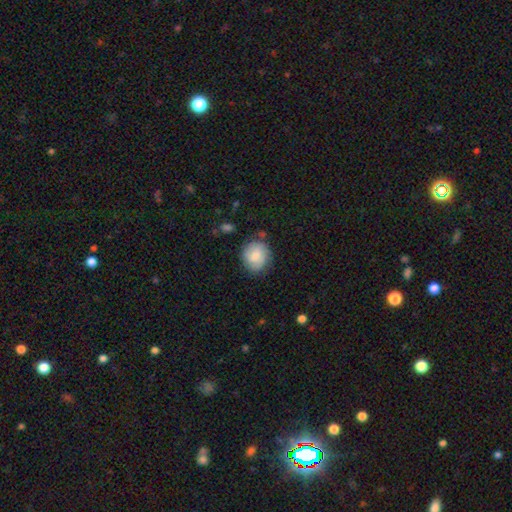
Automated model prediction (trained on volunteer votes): smooth 76%, featured or disk 17%, star or artifact 7%. Down the decision tree: how rounded — round (75%); merging — none (75%).